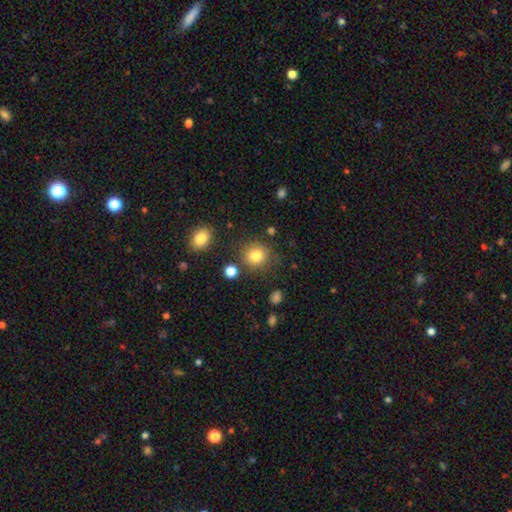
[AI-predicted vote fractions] The model was most divided on "merging": none: 78%, minor disturbance: 12%, merger: 5%, major disturbance: 5%. More confident: how rounded — round (86%); smooth or featured — smooth (81%).